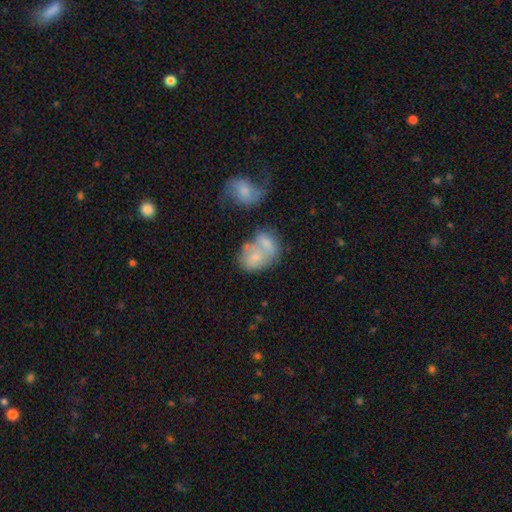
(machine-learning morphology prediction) type=smooth (59%); roundness=in between (68%); merging=merger (58%).